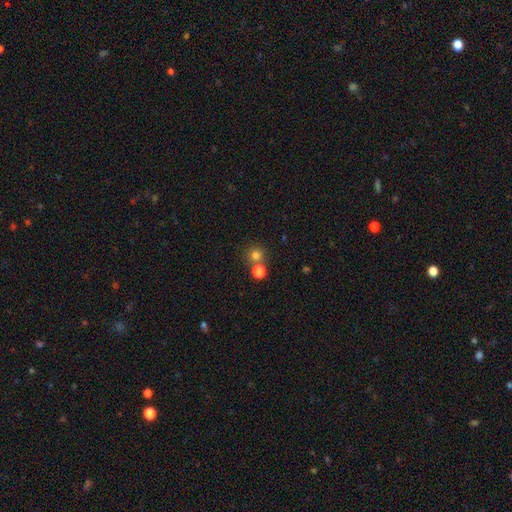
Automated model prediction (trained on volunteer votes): The model was most divided on "merging": none: 69%, merger: 22%, minor disturbance: 6%, major disturbance: 3%. More confident: how rounded — round (91%); smooth or featured — smooth (77%).